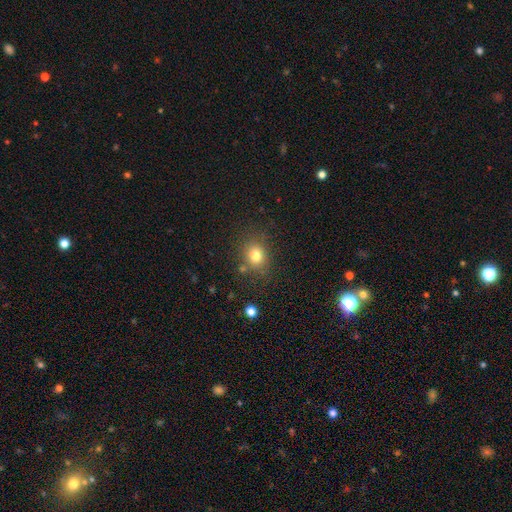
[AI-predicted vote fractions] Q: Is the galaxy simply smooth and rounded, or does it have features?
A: smooth — 78%.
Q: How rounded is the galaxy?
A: round — 66%.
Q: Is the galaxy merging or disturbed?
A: none — 78%.